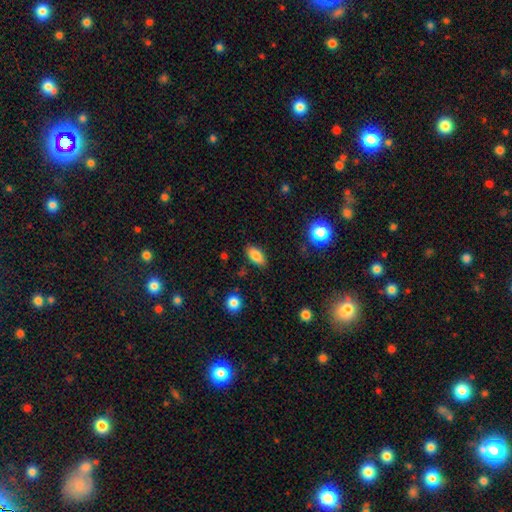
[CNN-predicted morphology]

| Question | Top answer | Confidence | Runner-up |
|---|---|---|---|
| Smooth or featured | smooth | 84% | star or artifact (9%) |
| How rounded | in between | 89% | cigar-shaped (6%) |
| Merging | none | 85% | minor disturbance (11%) |